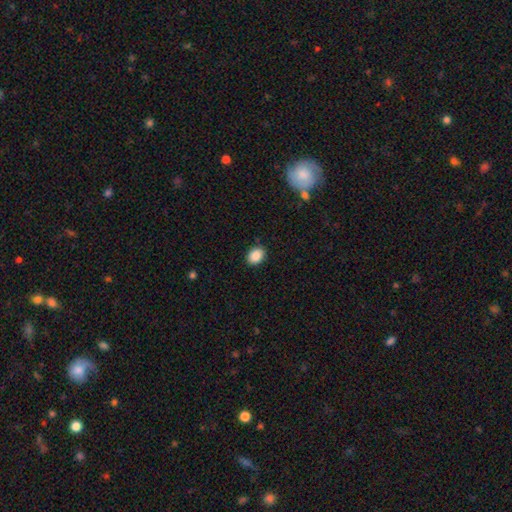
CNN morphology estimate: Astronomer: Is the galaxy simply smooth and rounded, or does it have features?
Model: smooth — 88%.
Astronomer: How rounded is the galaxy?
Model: in between — 64%.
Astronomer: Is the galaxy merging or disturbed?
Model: none — 89%.